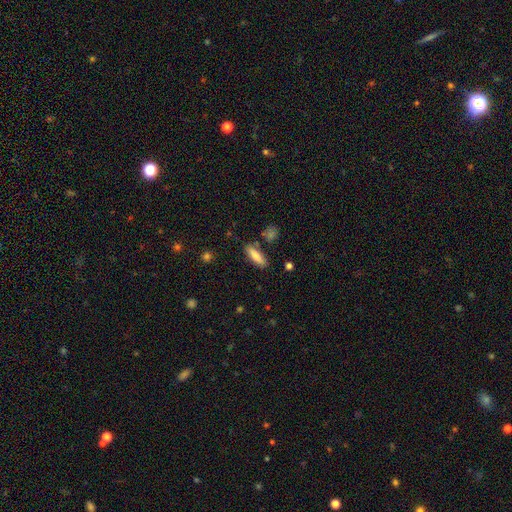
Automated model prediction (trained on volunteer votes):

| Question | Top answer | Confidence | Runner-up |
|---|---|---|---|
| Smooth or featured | smooth | 76% | featured or disk (17%) |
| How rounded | cigar-shaped | 52% | in between (46%) |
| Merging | none | 82% | minor disturbance (11%) |